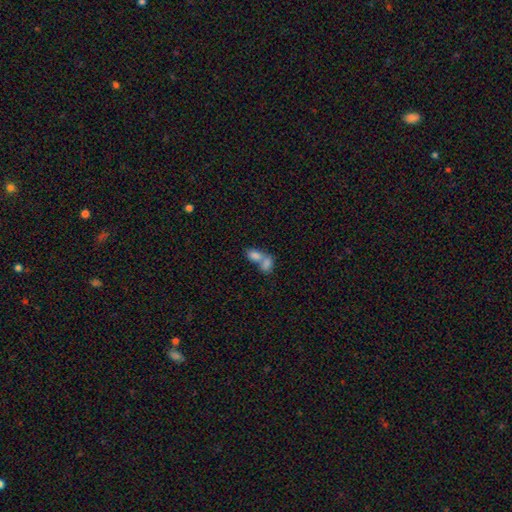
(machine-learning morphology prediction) smooth 80%, featured or disk 11%, star or artifact 8%. Down the decision tree: how rounded — in between (86%); merging — merger (74%).